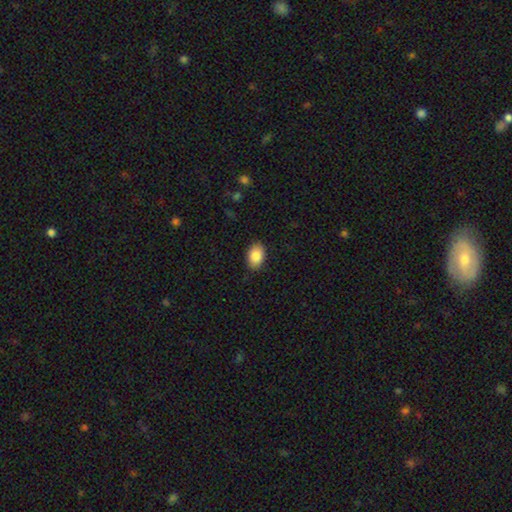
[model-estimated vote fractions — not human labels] Overall: smooth (86%). How rounded: in between (85%). Merging: none (87%).